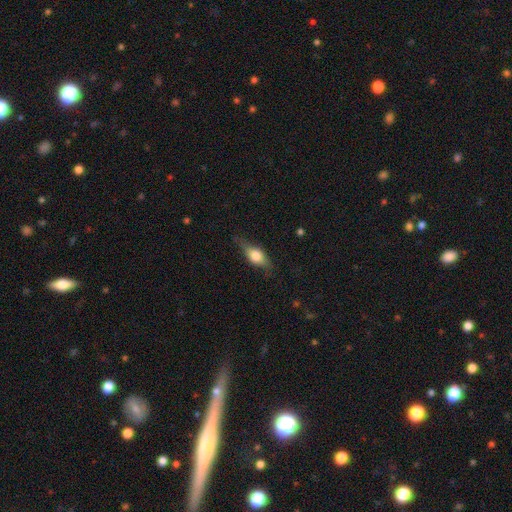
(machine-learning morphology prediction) Overall: smooth (54%; featured or disk 39%). How rounded: in between (71%). Merging: none (68%).